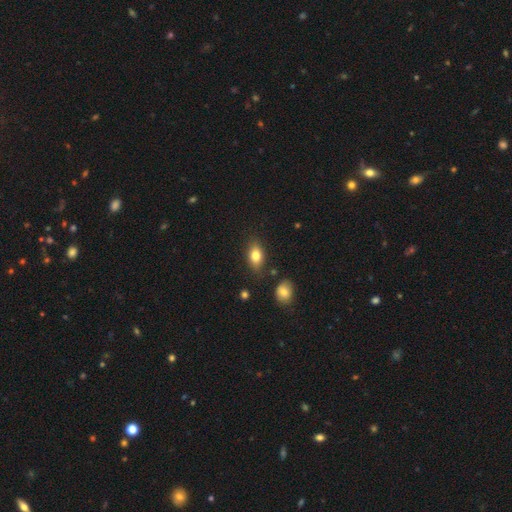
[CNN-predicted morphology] smooth-or-featured: smooth: 79% | featured or disk: 13% | star or artifact: 9%
  how-rounded: in between: 85% | round: 11% | cigar-shaped: 4%
  merging: none: 82% | minor disturbance: 12% | merger: 3% | major disturbance: 3%